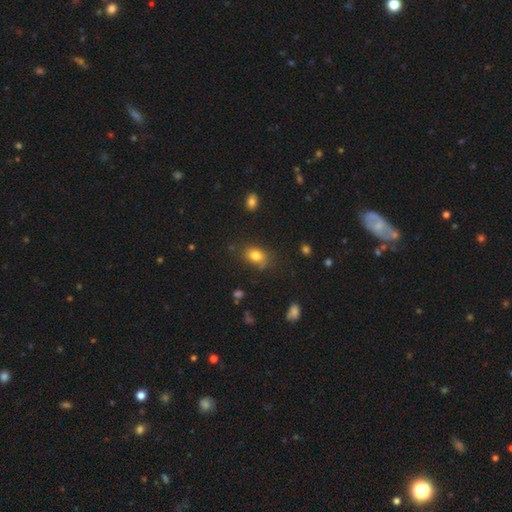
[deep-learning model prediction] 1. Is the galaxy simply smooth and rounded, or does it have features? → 81% smooth, 10% star or artifact, 9% featured or disk.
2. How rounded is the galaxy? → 77% in between, 22% round, 2% cigar-shaped.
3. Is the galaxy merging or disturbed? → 71% none, 20% minor disturbance, 6% major disturbance, 3% merger.